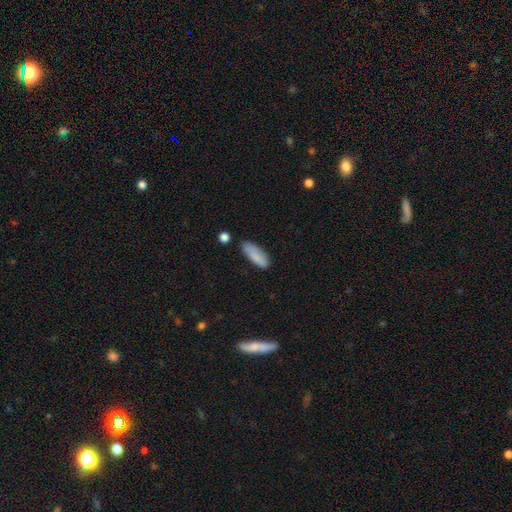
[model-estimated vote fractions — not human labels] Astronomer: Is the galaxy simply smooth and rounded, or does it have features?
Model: smooth — 84%.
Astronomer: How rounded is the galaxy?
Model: in between — 61% (runner-up: cigar-shaped, 37%).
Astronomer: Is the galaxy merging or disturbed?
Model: none — 72%.